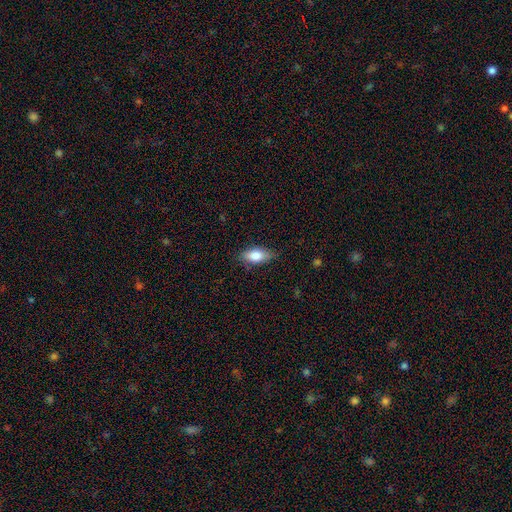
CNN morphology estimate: smooth-or-featured: smooth: 76% | featured or disk: 17% | star or artifact: 7%
  how-rounded: in between: 83% | cigar-shaped: 13% | round: 4%
  merging: none: 79% | minor disturbance: 17% | major disturbance: 3% | merger: 1%